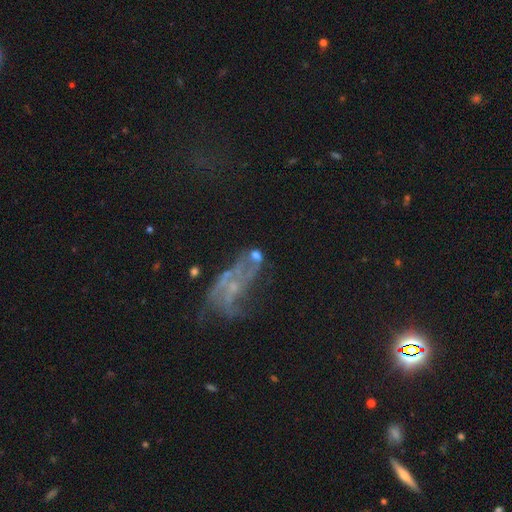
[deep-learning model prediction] Smooth or featured?
  - featured or disk: 47% *
  - smooth: 36%
  - star or artifact: 17%
Merging?
  - major disturbance: 31% *
  - none: 30%
  - merger: 23%
  - minor disturbance: 16%